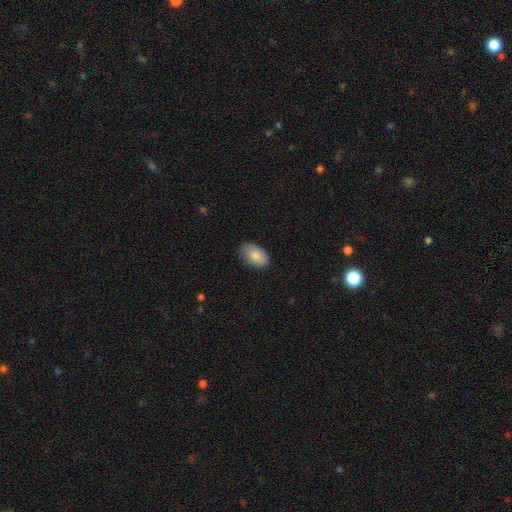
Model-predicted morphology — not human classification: This is clearly a smooth galaxy (85%). How rounded: clearly in between (93%). Merging: clearly none (81%).